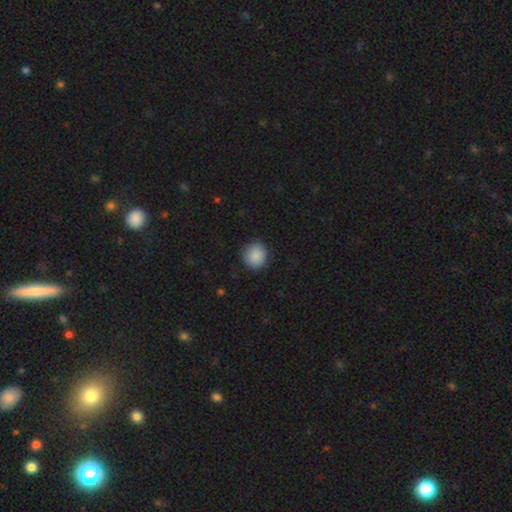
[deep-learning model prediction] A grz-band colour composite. It shows a smooth galaxy with no disk features (89%) that is round (89%). Merging: none (88%).